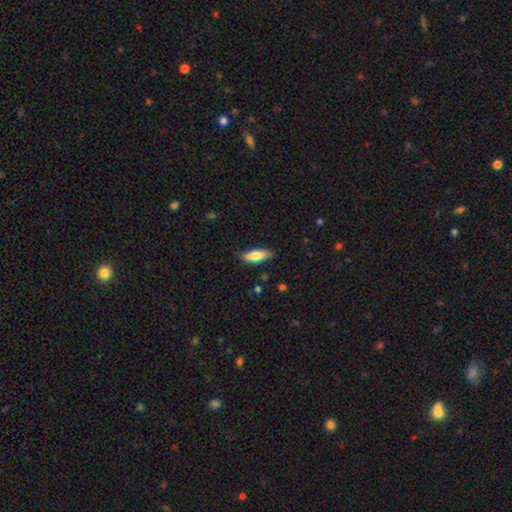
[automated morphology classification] smooth 78%, featured or disk 16%, star or artifact 6%. Down the decision tree: how rounded — in between (65%); merging — none (78%).